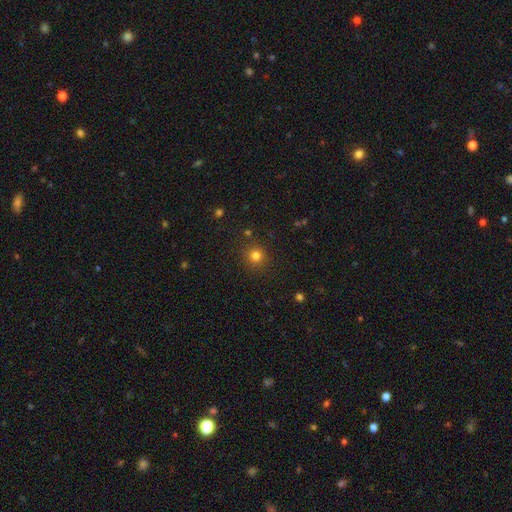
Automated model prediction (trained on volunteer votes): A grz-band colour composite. It shows a smooth galaxy with no disk features (79%) that is round (93%). Merging: none (89%).